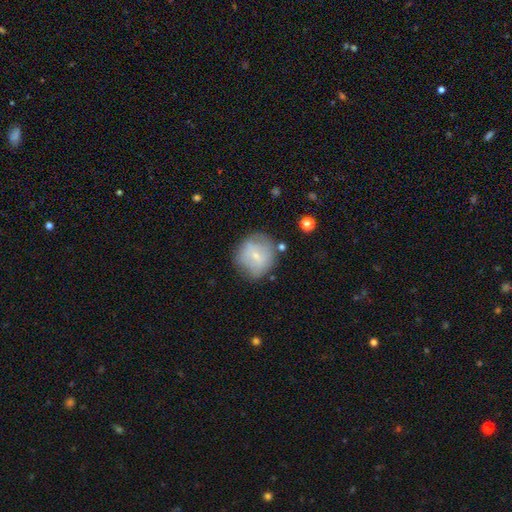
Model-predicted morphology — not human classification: type=smooth (61%); roundness=round (84%); merging=none (63%).